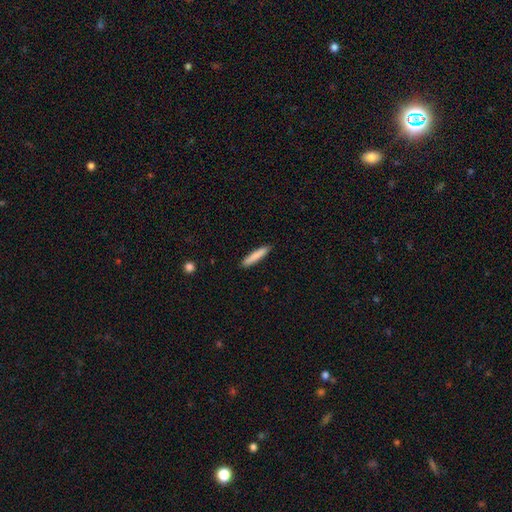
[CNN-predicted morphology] A smooth galaxy with no disk features (84%) that is cigar-shaped (91%). Merging: none (90%).